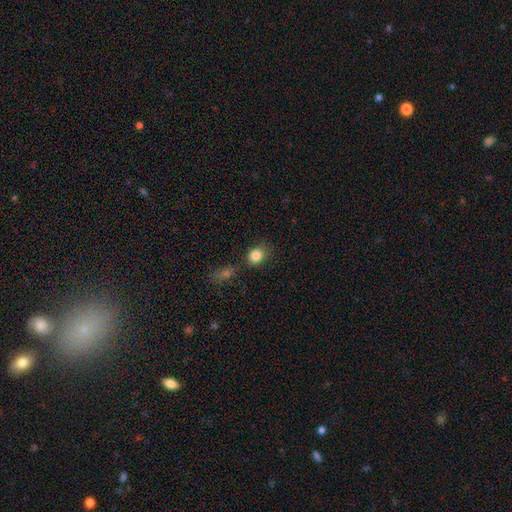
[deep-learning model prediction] A smooth galaxy with no disk features (83%) that is round (61%). Merging: none (70%).